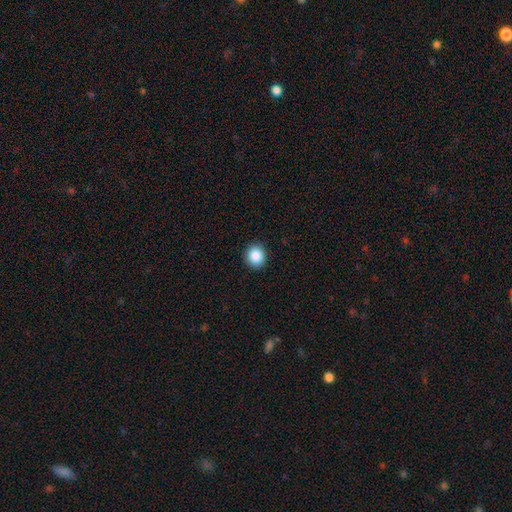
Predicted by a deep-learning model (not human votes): Q: Smooth or featured?
A: smooth (88%); runner-up: star or artifact (9%)
Q: How rounded?
A: round (83%); runner-up: in between (16%)
Q: Merging?
A: none (91%); runner-up: minor disturbance (6%)